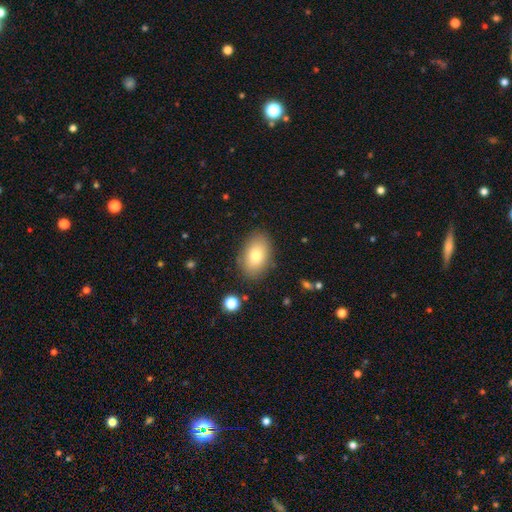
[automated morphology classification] smooth-or-featured: smooth: 78% | featured or disk: 14% | star or artifact: 8%
  how-rounded: in between: 88% | round: 11% | cigar-shaped: 1%
  merging: none: 84% | minor disturbance: 11% | major disturbance: 3% | merger: 2%